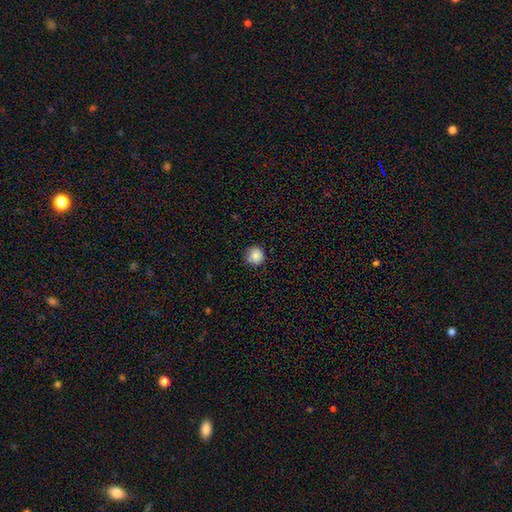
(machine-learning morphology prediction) Smooth or featured? smooth (86%)
How rounded? round (94%)
Merging? none (85%)